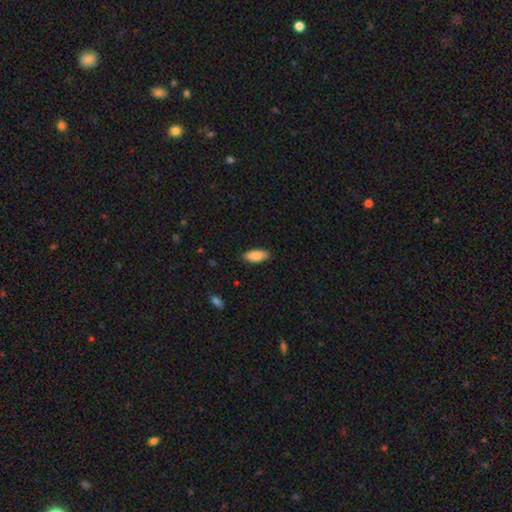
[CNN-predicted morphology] type=smooth (88%); roundness=in between (87%); merging=none (88%).